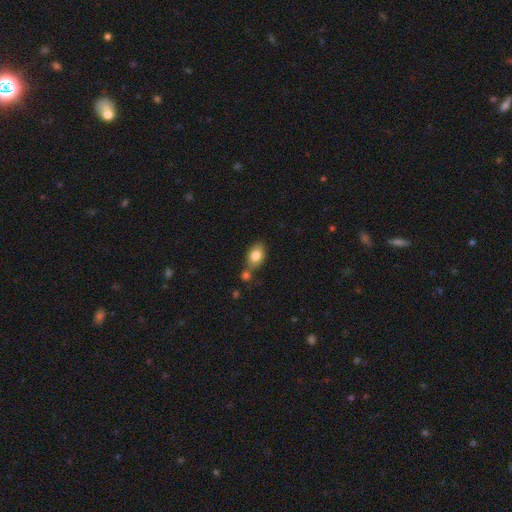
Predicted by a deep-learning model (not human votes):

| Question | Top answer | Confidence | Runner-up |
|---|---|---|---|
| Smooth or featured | smooth | 81% | featured or disk (11%) |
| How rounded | in between | 81% | round (17%) |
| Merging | none | 52% | merger (28%) |